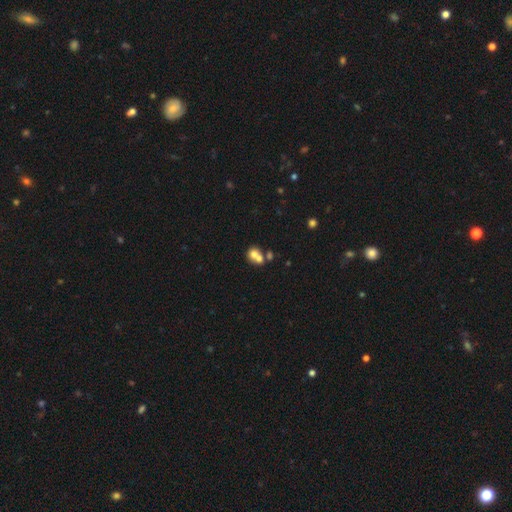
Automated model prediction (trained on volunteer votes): Smooth or featured? smooth (68%)
How rounded? round (62%)
Merging? merger (63%)